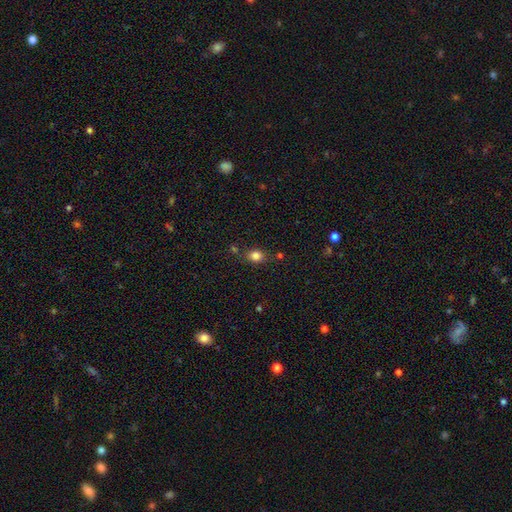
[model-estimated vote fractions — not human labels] A smooth galaxy with no disk features (82%) that is in between round and cigar-shaped (50%).

Vote fractions:
- Smooth or featured? smooth: 82% / star or artifact: 12% / featured or disk: 6%
- How rounded? in between: 50% / round: 48% / cigar-shaped: 1%
- Merging? none: 76% / minor disturbance: 13% / merger: 7% / major disturbance: 4%